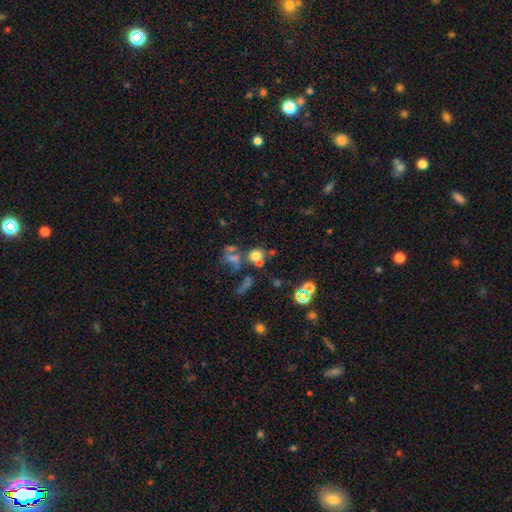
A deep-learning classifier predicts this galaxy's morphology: The model was most divided on "merging": none: 43%, merger: 36%, minor disturbance: 11%, major disturbance: 10%. More confident: how rounded — round (71%); smooth or featured — smooth (66%).